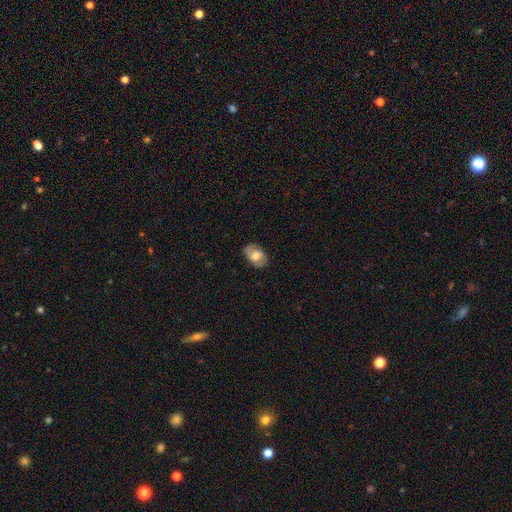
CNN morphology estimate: This appears to be a smooth galaxy with no disk features (48%). Merging: none (79%).